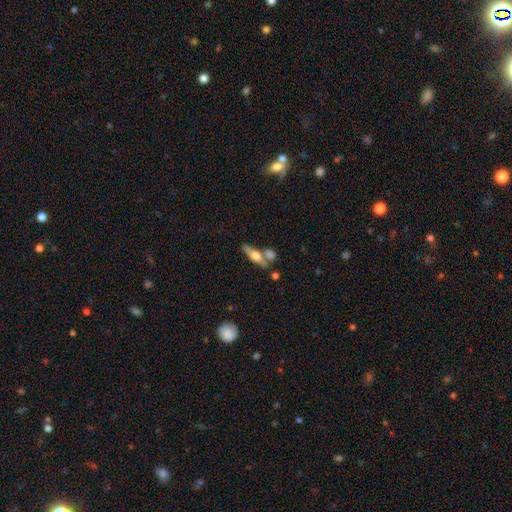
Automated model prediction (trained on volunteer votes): smooth_or_featured: featured or disk (p=0.53) [alt: smooth p=0.39]
disk_edge_on: yes (p=0.87) [alt: no p=0.13]
merging: none (p=0.58) [alt: merger p=0.24]